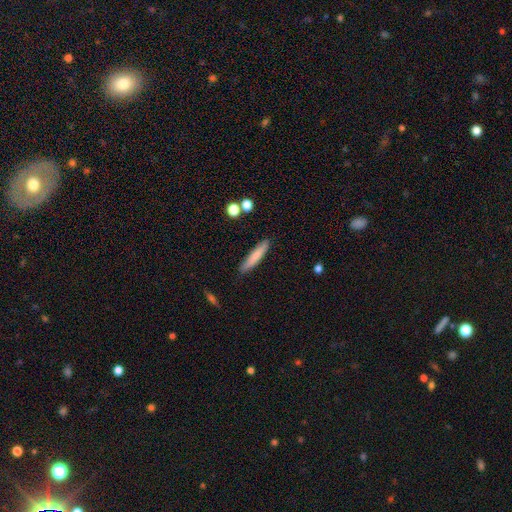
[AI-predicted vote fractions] This appears to be a smooth galaxy with no disk features (77%) that is cigar-shaped (89%). Merging: none (87%).